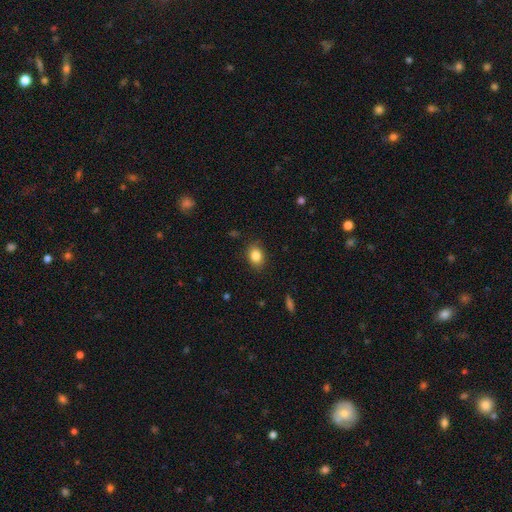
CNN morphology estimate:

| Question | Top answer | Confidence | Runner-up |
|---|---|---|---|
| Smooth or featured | smooth | 85% | star or artifact (10%) |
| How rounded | in between | 59% | round (39%) |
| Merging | none | 85% | minor disturbance (12%) |